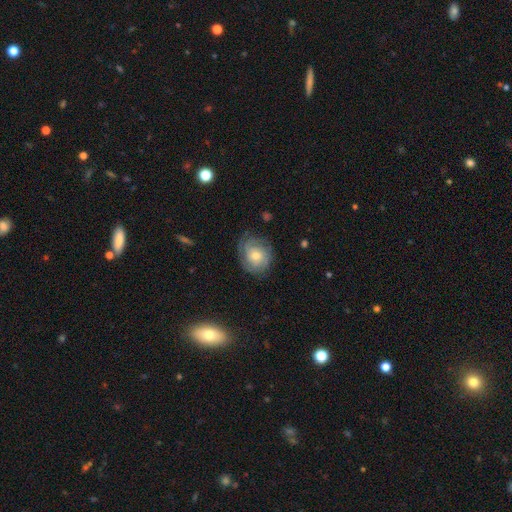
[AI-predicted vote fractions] Morphology: type=featured or disk (59%); edge-on=no (97%); bar=no (76%); spiral arms=yes (86%); bulge=moderate (59%); merging=none (73%).